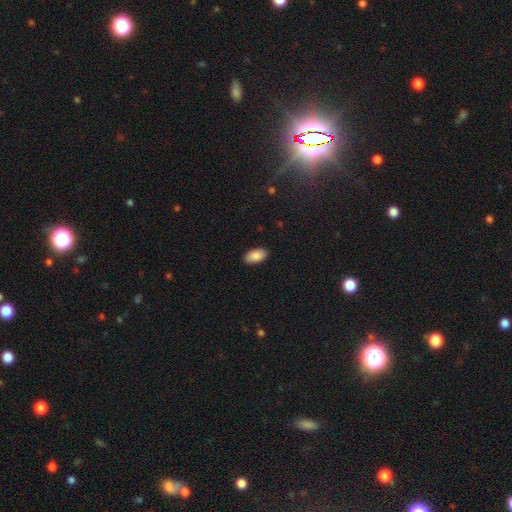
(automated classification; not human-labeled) Smooth or featured: smooth — 89% (star or artifact — 7%)
How rounded: in between — 95% (round — 3%)
Merging: none — 88% (minor disturbance — 9%)